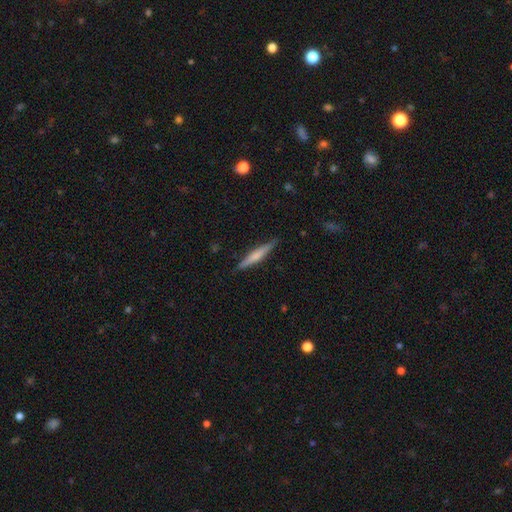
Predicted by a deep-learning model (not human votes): Smooth or featured? smooth (51%)
How rounded? cigar-shaped (94%)
Merging? none (89%)